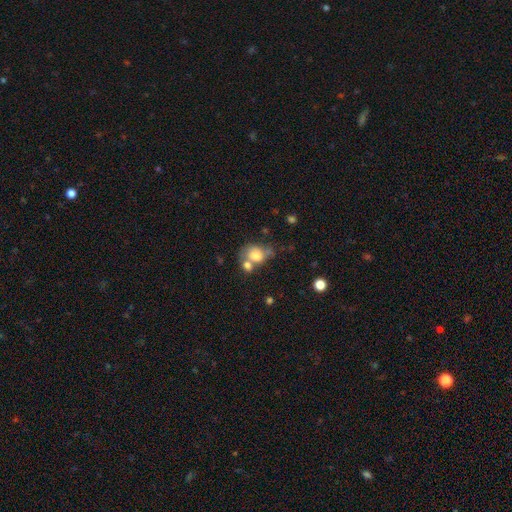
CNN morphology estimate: Smooth or featured? Predicted: smooth (p=0.69). How rounded? Predicted: in between (p=0.54). Merging? Predicted: merger (p=0.49).